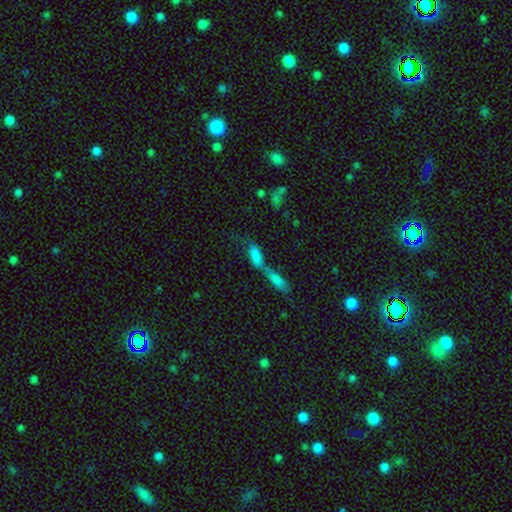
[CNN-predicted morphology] smooth-or-featured: smooth: 70% | featured or disk: 18% | star or artifact: 12%
  how-rounded: in between: 63% | cigar-shaped: 33% | round: 4%
  merging: merger: 73% | none: 14% | major disturbance: 6% | minor disturbance: 6%